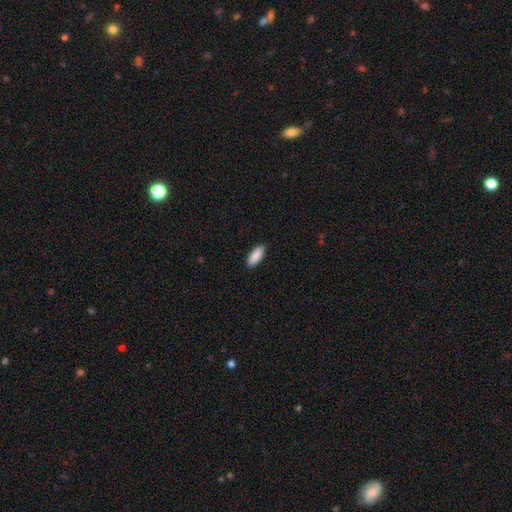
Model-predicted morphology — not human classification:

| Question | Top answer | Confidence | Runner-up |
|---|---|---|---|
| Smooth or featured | smooth | 90% | star or artifact (6%) |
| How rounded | in between | 75% | cigar-shaped (23%) |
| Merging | none | 89% | minor disturbance (9%) |